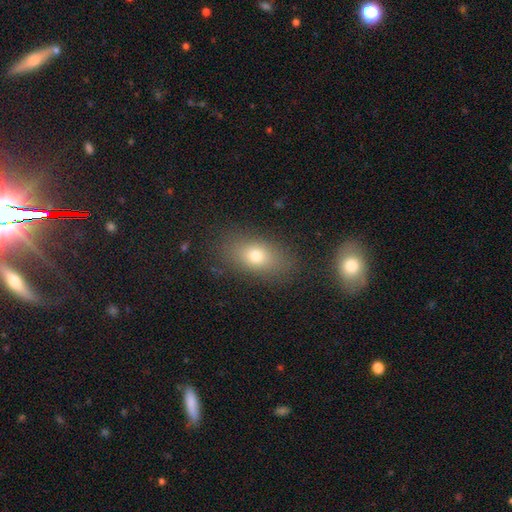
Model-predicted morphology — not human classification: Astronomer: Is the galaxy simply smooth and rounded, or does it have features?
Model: smooth — 73%.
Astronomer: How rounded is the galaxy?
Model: in between — 82%.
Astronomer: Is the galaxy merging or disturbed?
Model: none — 81%.